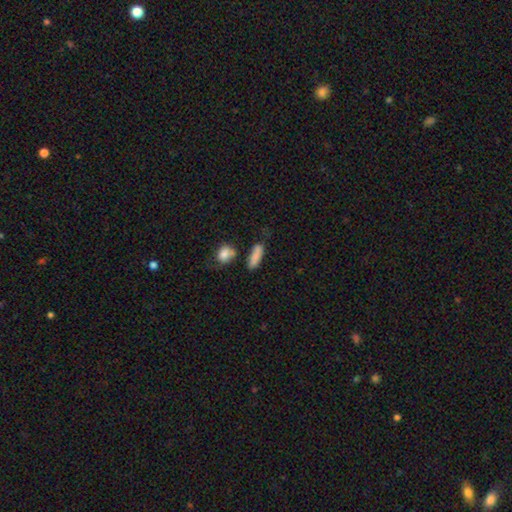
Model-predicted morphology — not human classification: Smooth or featured? Predicted: smooth (p=0.85). How rounded? Predicted: in between (p=0.48). Merging? Predicted: none (p=0.68).